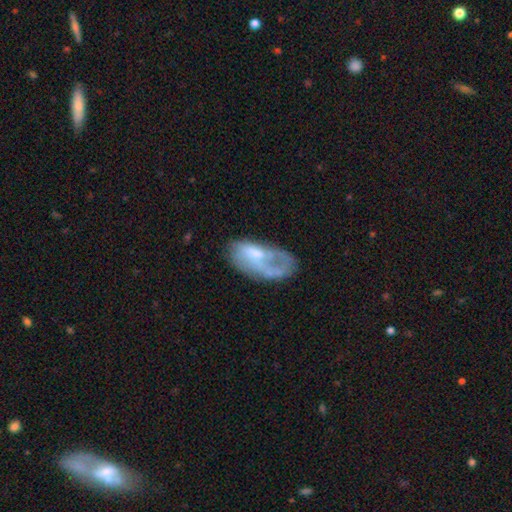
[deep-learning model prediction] This is possibly a featured or disk galaxy (50%). Merging: marginally major disturbance (36%).